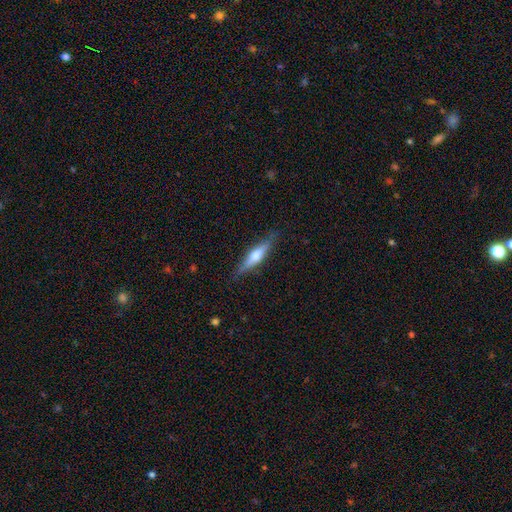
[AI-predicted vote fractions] Overall: featured or disk (55%; smooth 39%). Edge-on disk: yes (94%). Edge-on bulge: rounded (88%). Merging: none (84%).